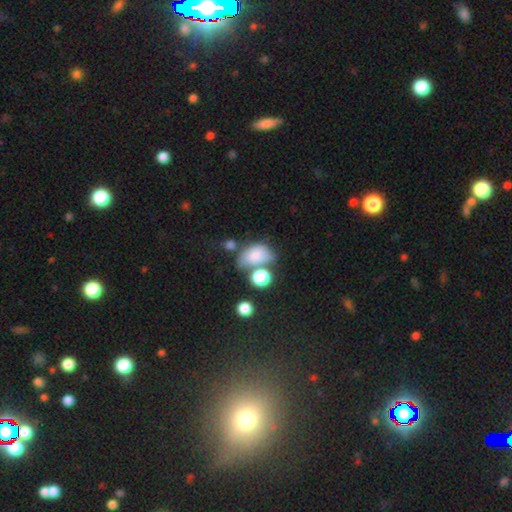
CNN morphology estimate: This is likely a smooth galaxy (75%). How rounded: clearly in between (81%). Merging: marginally none (36%).